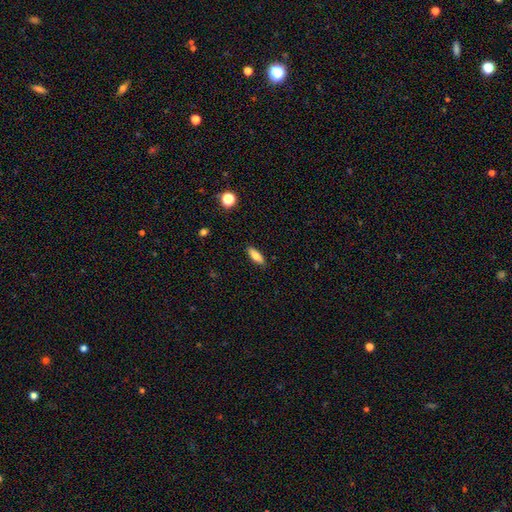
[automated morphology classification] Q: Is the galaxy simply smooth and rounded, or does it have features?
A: smooth — 76%.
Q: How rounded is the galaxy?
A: in between — 64%.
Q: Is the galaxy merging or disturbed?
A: none — 87%.